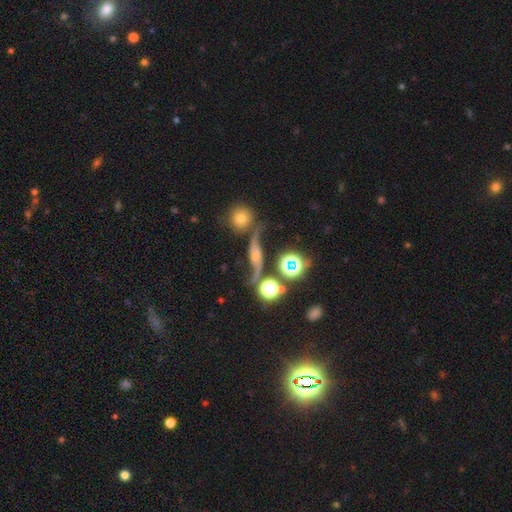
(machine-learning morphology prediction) smooth_or_featured: featured or disk (p=0.69) [alt: smooth p=0.15]
disk_edge_on: no (p=0.83) [alt: yes p=0.17]
bar: no (p=0.55) [alt: weak p=0.27]
has_spiral_arms: yes (p=0.91) [alt: no p=0.09]
spiral_winding: loose (p=0.92) [alt: medium p=0.05]
spiral_arm_count: 2 (p=0.92) [alt: 1 p=0.03]
bulge_size: small (p=0.30) [alt: none p=0.25]
merging: none (p=0.55) [alt: minor disturbance p=0.19]